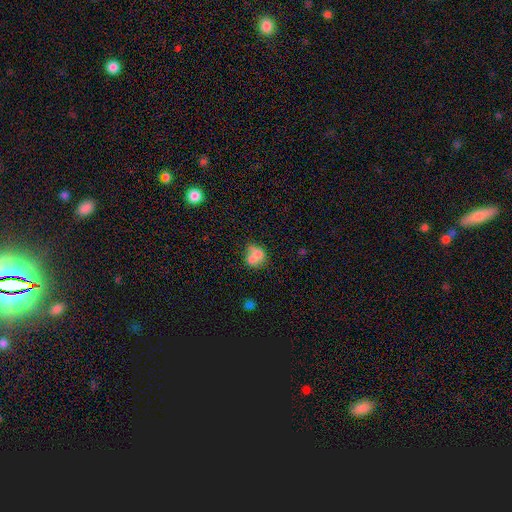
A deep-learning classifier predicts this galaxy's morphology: Smooth or featured?
  - smooth: 68% *
  - featured or disk: 22%
  - star or artifact: 11%
How rounded?
  - round: 55% *
  - in between: 43%
  - cigar-shaped: 1%
Merging?
  - merger: 55% *
  - none: 25%
  - minor disturbance: 11%
  - major disturbance: 8%